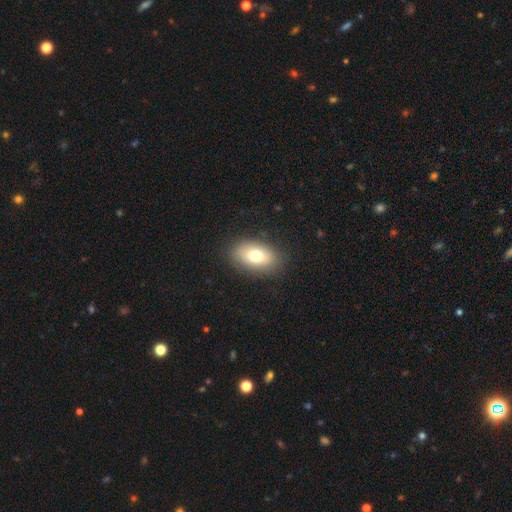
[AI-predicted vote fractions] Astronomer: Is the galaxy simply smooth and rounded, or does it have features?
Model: smooth — 75%.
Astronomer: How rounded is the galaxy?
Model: in between — 88%.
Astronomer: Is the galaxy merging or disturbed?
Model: none — 86%.